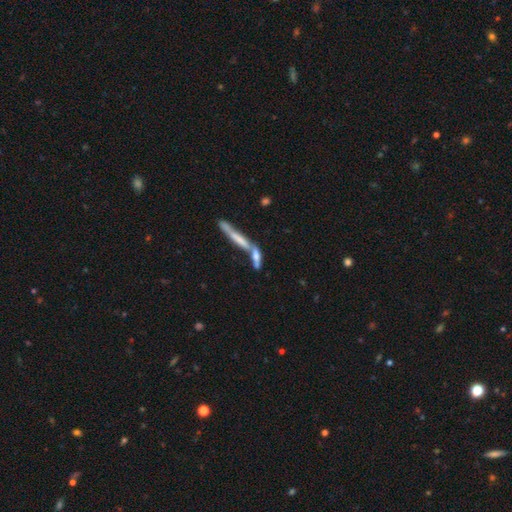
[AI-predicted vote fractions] This is possibly a smooth galaxy (49%). Merging: possibly merger (59%).